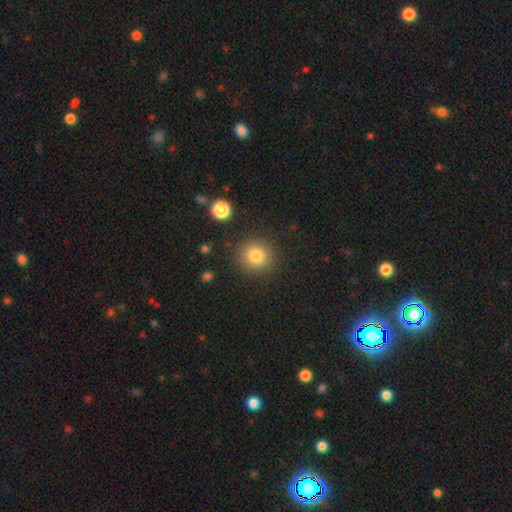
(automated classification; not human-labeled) Q: Smooth or featured?
A: smooth (82%); runner-up: star or artifact (12%)
Q: How rounded?
A: round (89%); runner-up: in between (10%)
Q: Merging?
A: none (88%); runner-up: minor disturbance (7%)